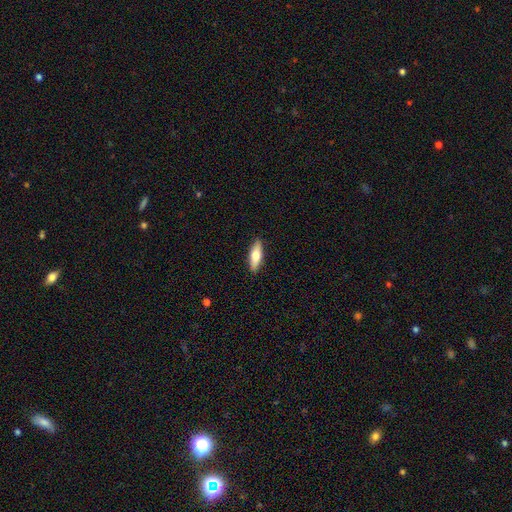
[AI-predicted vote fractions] Q: Smooth or featured?
A: smooth (64%); runner-up: featured or disk (30%)
Q: How rounded?
A: in between (53%); runner-up: cigar-shaped (45%)
Q: Merging?
A: none (89%); runner-up: minor disturbance (8%)